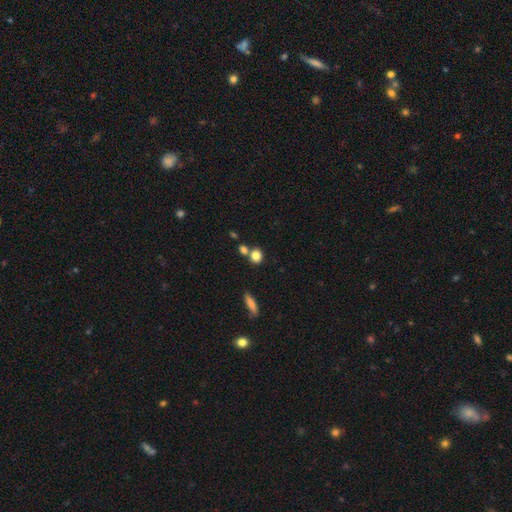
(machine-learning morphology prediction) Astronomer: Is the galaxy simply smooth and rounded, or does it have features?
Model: smooth — 82%.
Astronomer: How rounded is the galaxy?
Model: round — 75%.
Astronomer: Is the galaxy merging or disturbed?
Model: none — 59%.